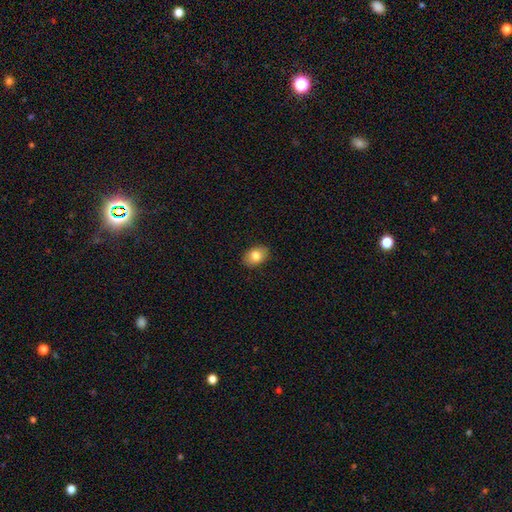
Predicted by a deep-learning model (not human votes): This is clearly a smooth galaxy (81%). How rounded: clearly in between (83%). Merging: clearly none (89%).